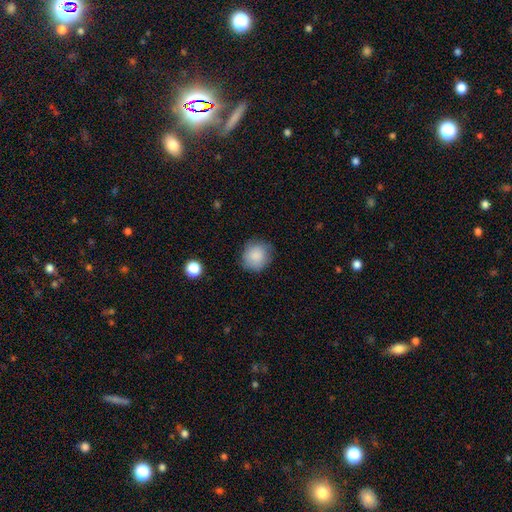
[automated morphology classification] The model was most divided on "merging": none: 81%, minor disturbance: 15%, major disturbance: 3%, merger: 1%. More confident: how rounded — round (88%); smooth or featured — smooth (86%).